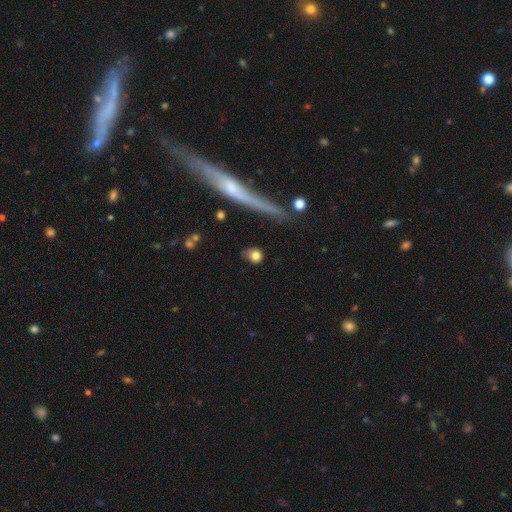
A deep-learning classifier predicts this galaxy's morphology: Q: Smooth or featured?
A: smooth (79%); runner-up: featured or disk (12%)
Q: How rounded?
A: round (68%); runner-up: in between (28%)
Q: Merging?
A: none (70%); runner-up: minor disturbance (18%)